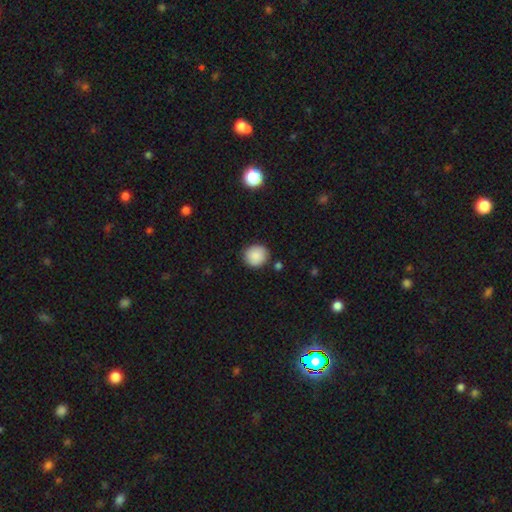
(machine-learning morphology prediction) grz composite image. It shows a smooth galaxy with no disk features (88%) that is round (89%). Merging: none (86%).